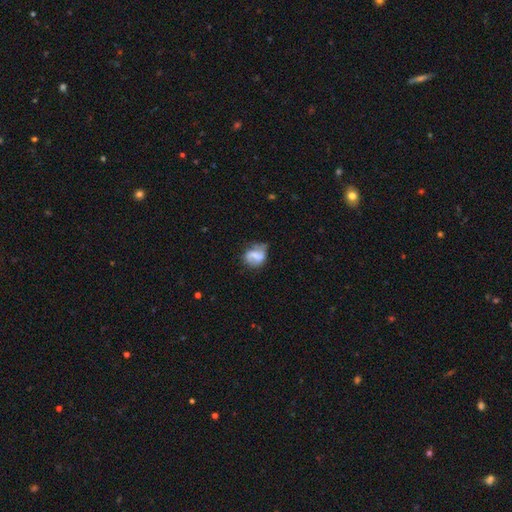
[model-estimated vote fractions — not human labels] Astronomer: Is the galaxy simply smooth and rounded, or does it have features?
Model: featured or disk — 50% (runner-up: smooth, 41%).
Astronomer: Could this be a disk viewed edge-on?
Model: no — 97%.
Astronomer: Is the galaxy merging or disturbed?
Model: none — 49% (runner-up: minor disturbance, 29%).